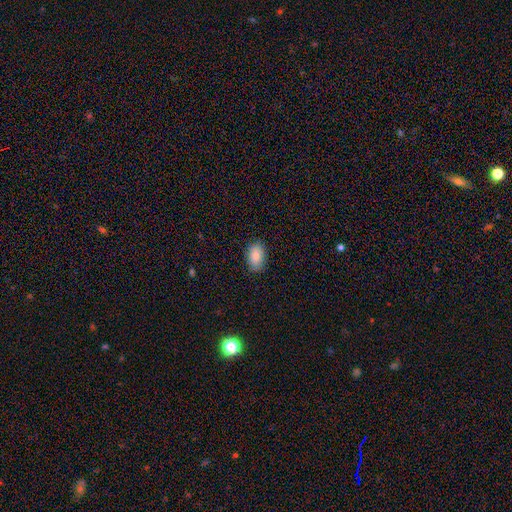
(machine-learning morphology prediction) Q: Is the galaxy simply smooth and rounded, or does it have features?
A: smooth — 87%.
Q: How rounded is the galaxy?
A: in between — 90%.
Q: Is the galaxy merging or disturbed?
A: none — 85%.